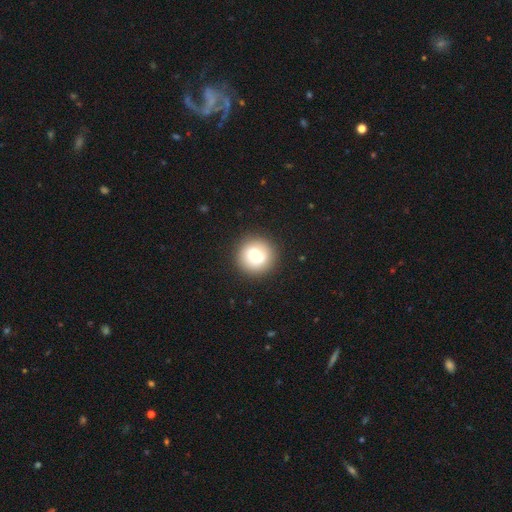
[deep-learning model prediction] This is likely a smooth galaxy (75%). How rounded: clearly round (94%). Merging: clearly none (91%).